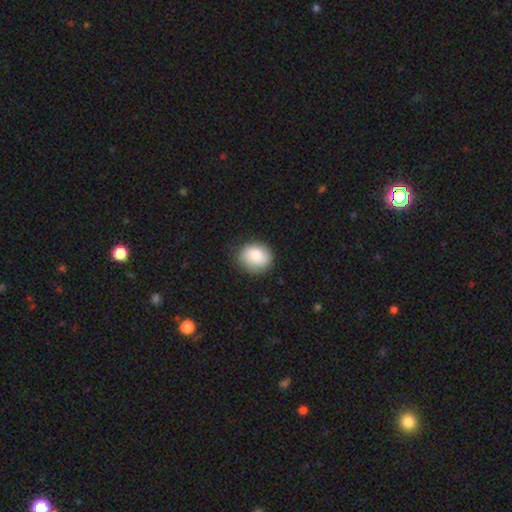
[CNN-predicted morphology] smooth_or_featured: smooth (p=0.84) [alt: featured or disk p=0.09]
how_rounded: round (p=0.68) [alt: in between p=0.31]
merging: none (p=0.80) [alt: minor disturbance p=0.16]